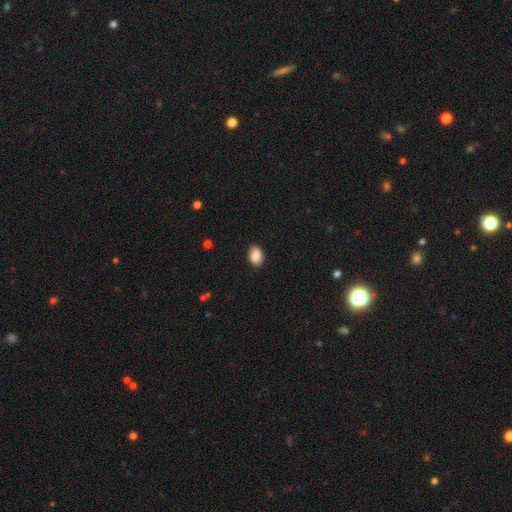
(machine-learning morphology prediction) smooth-or-featured: smooth: 88% | star or artifact: 7% | featured or disk: 5%
  how-rounded: in between: 87% | round: 11% | cigar-shaped: 1%
  merging: none: 87% | minor disturbance: 10% | major disturbance: 2% | merger: 1%